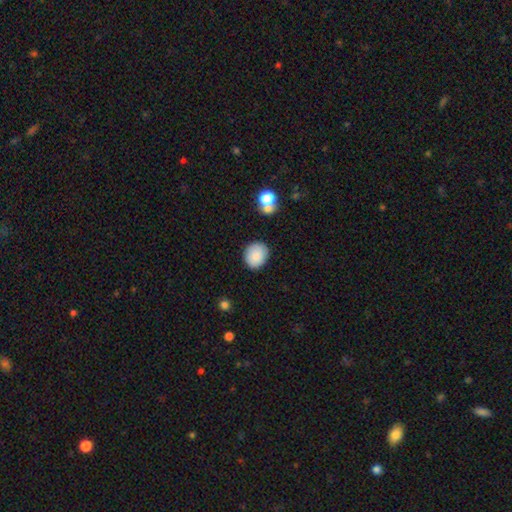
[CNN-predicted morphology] Smooth or featured? smooth (87%)
How rounded? round (70%)
Merging? none (84%)